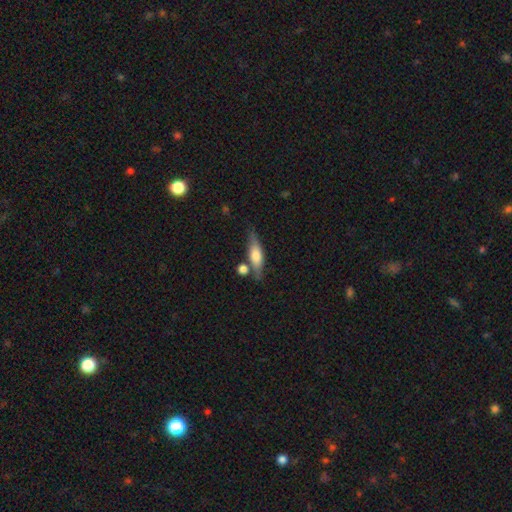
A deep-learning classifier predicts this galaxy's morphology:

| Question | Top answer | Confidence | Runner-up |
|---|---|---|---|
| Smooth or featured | smooth | 49% | featured or disk (44%) |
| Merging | none | 68% | minor disturbance (15%) |